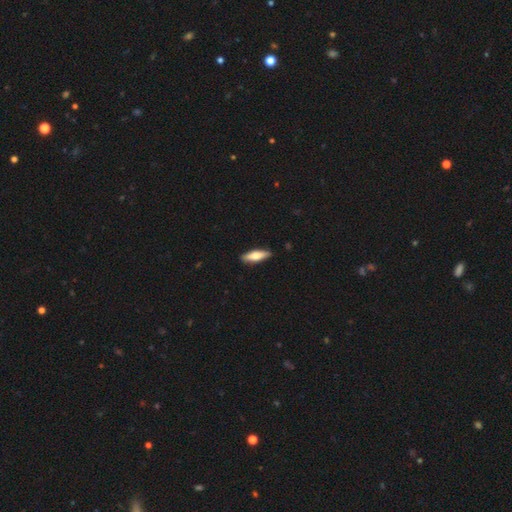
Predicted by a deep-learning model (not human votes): smooth_or_featured: smooth (p=0.63) [alt: featured or disk p=0.31]
how_rounded: cigar-shaped (p=0.54) [alt: in between p=0.43]
merging: none (p=0.88) [alt: minor disturbance p=0.09]